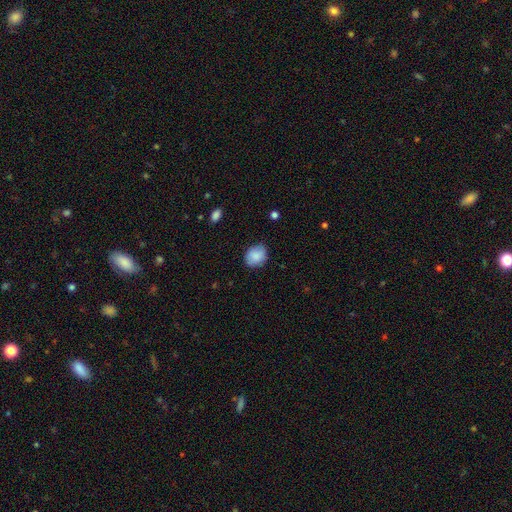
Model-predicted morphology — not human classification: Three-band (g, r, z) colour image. It shows a smooth galaxy with no disk features (85%) that is round (56%). Merging: none (76%).